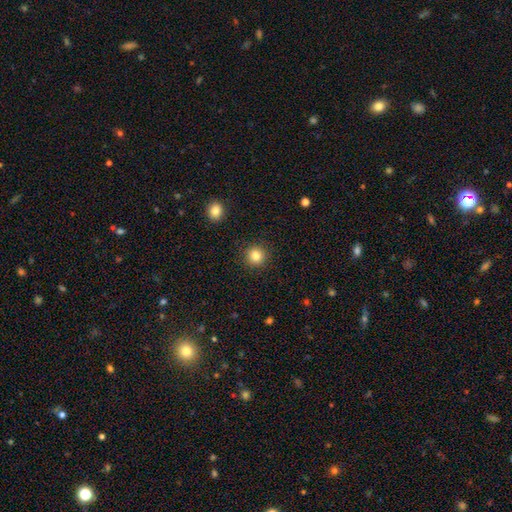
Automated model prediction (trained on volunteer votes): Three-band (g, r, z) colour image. It shows a smooth galaxy with no disk features (83%) that is round (94%). Merging: none (91%).